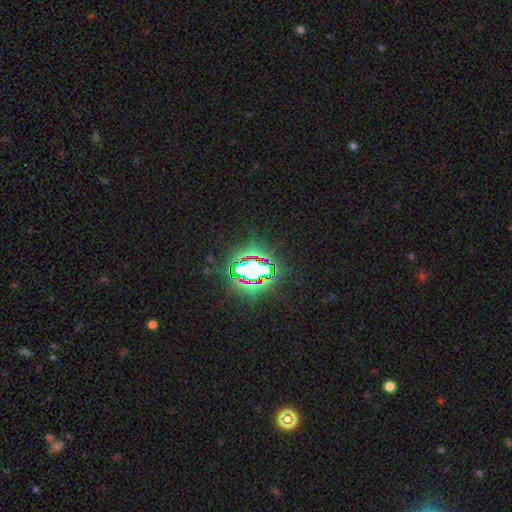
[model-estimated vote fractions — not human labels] Smooth or featured? Predicted: star or artifact (p=0.82).